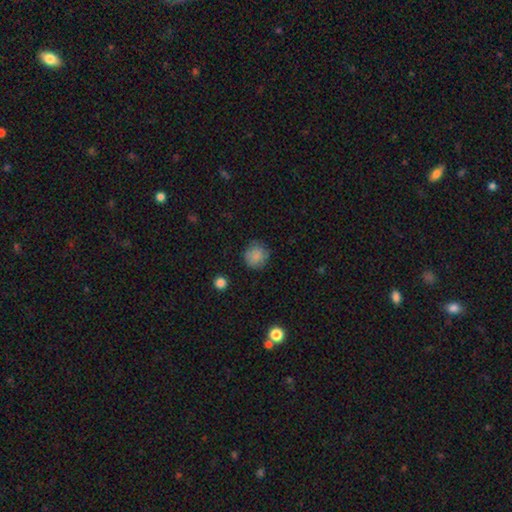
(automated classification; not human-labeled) smooth-or-featured: smooth: 85% | star or artifact: 9% | featured or disk: 7%
  how-rounded: round: 89% | in between: 10% | cigar-shaped: 1%
  merging: none: 81% | minor disturbance: 14% | major disturbance: 4% | merger: 1%